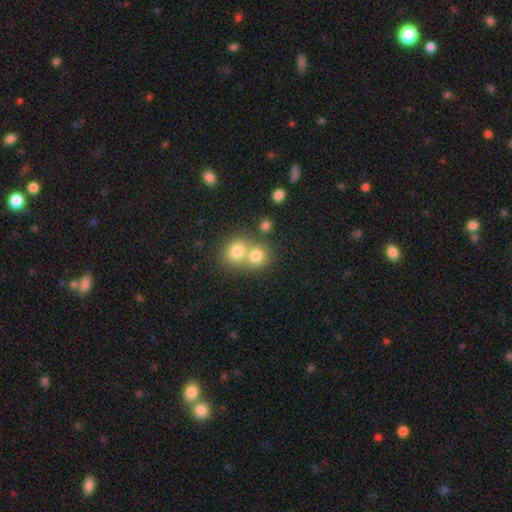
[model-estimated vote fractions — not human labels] Smooth or featured: smooth — 76% (featured or disk — 12%)
How rounded: round — 74% (in between — 25%)
Merging: merger — 57% (none — 35%)